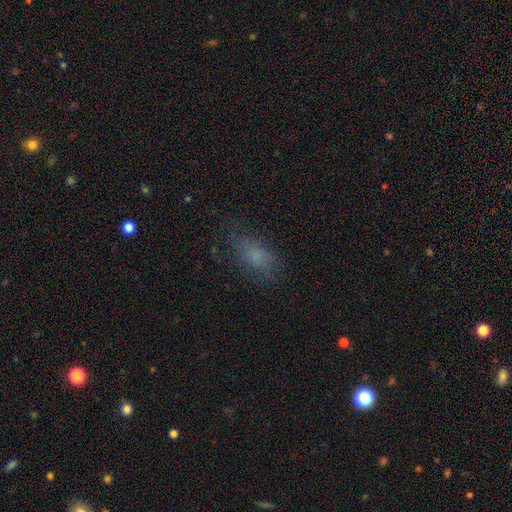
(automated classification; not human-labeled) This appears to be a smooth galaxy with no disk features (71%) that is in between round and cigar-shaped (82%). Merging: none (66%).